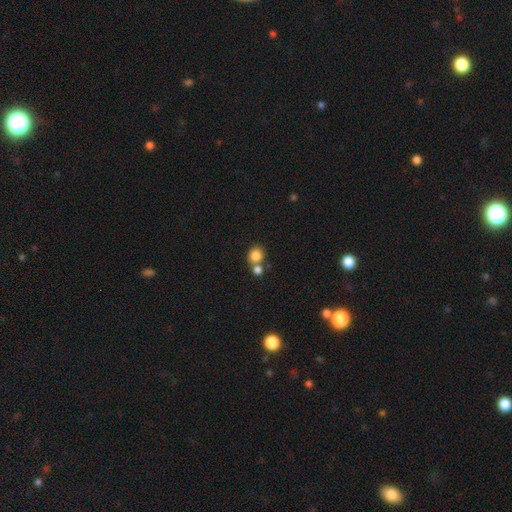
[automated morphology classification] Q: Smooth or featured?
A: smooth (83%); runner-up: star or artifact (10%)
Q: How rounded?
A: round (83%); runner-up: in between (16%)
Q: Merging?
A: none (51%); runner-up: merger (39%)